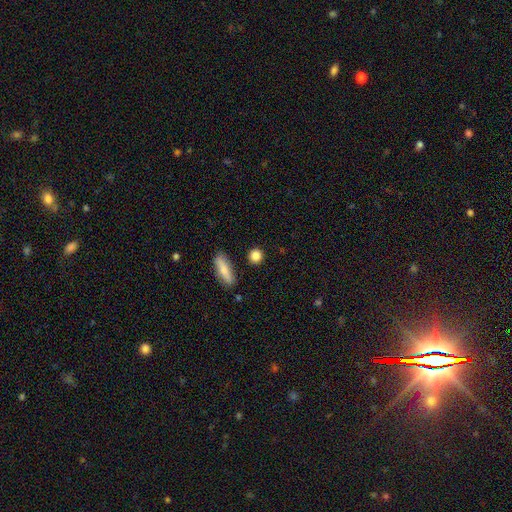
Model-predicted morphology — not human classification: The model was most divided on "how rounded": round: 78%, in between: 15%, cigar-shaped: 6%. More confident: merging — none (87%); smooth or featured — smooth (85%).